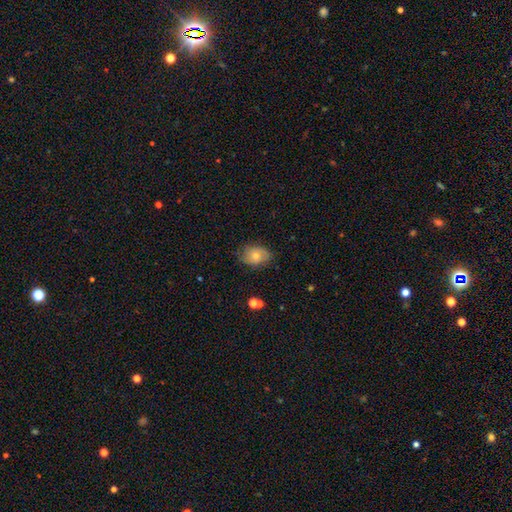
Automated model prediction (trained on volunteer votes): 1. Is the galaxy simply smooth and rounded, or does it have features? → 49% featured or disk, 38% smooth, 13% star or artifact.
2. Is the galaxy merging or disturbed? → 77% none, 17% minor disturbance, 5% major disturbance, 1% merger.